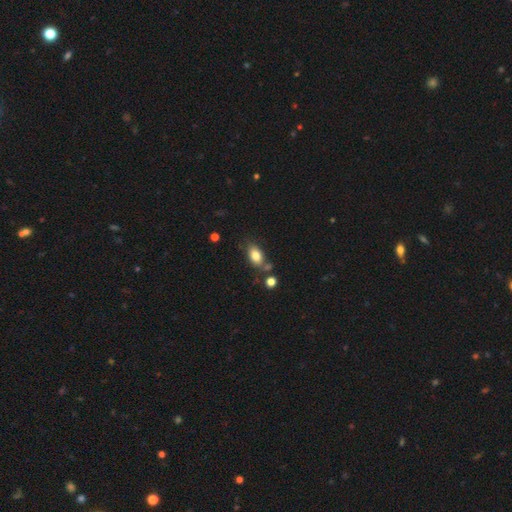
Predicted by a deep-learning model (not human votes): smooth_or_featured: smooth (p=0.81) [alt: featured or disk p=0.10]
how_rounded: in between (p=0.87) [alt: round p=0.10]
merging: none (p=0.66) [alt: minor disturbance p=0.16]